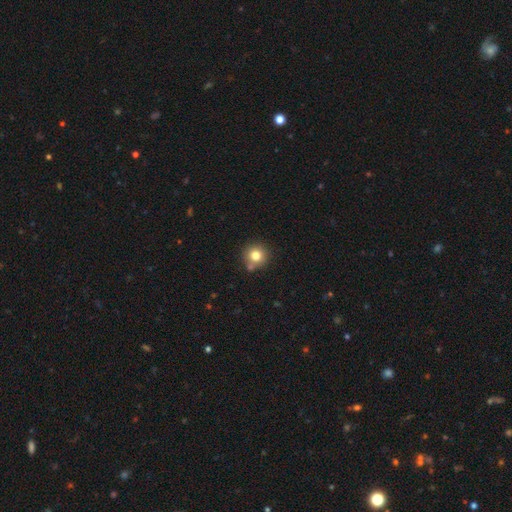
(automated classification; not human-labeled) A smooth galaxy with no disk features (80%) that is round (93%). Merging: none (76%).